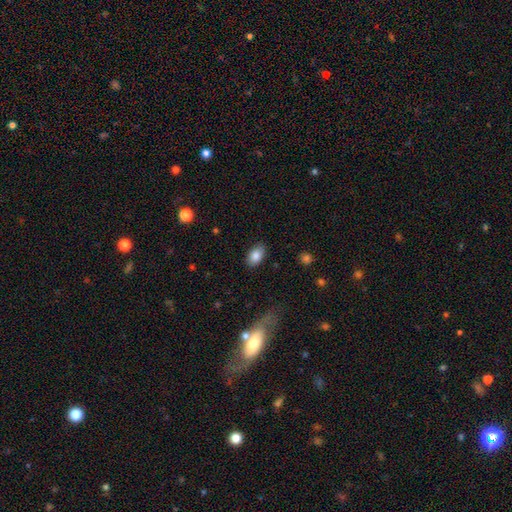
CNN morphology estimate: This is clearly a smooth galaxy (85%). How rounded: clearly in between (91%). Merging: clearly none (86%).